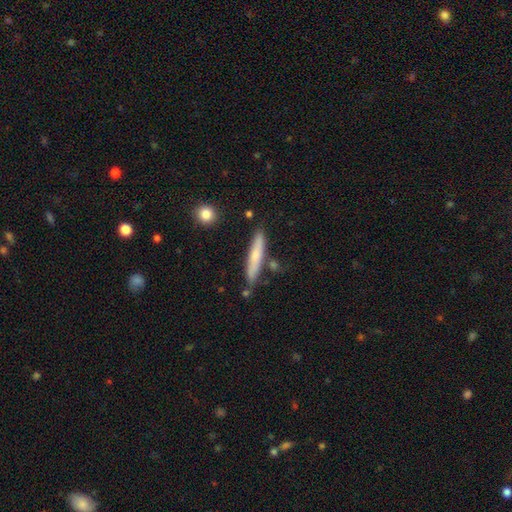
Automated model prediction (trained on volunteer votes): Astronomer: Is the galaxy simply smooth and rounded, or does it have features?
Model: smooth — 62%.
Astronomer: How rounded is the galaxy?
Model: cigar-shaped — 92%.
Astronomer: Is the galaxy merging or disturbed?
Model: none — 79%.